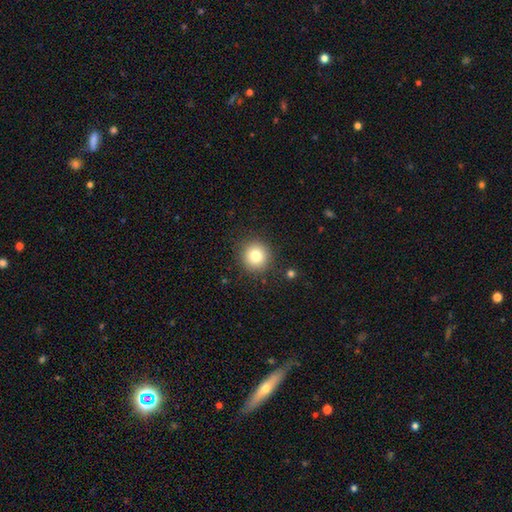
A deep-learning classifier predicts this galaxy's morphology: This is likely a smooth galaxy (80%). How rounded: clearly round (94%). Merging: clearly none (89%).